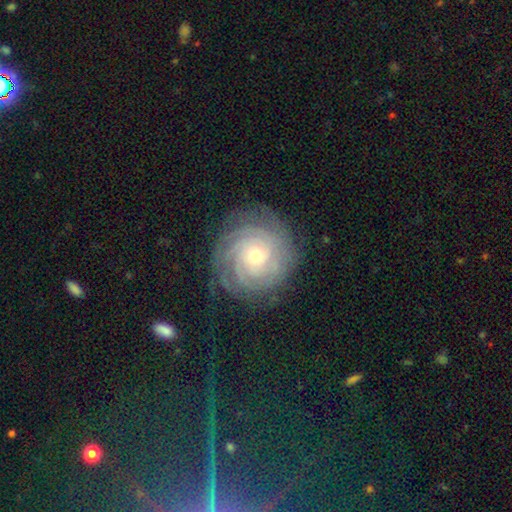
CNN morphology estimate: Q: Smooth or featured?
A: featured or disk (83%); runner-up: smooth (10%)
Q: Edge-on disk?
A: no (97%); runner-up: yes (3%)
Q: Bar?
A: no (78%); runner-up: weak (17%)
Q: Spiral arms?
A: yes (97%); runner-up: no (3%)
Q: Spiral winding?
A: tight (83%); runner-up: medium (14%)
Q: Spiral arm count?
A: can't tell (31%); runner-up: 4 (21%)
Q: Bulge size?
A: small (50%); runner-up: moderate (46%)
Q: Merging?
A: none (81%); runner-up: minor disturbance (12%)